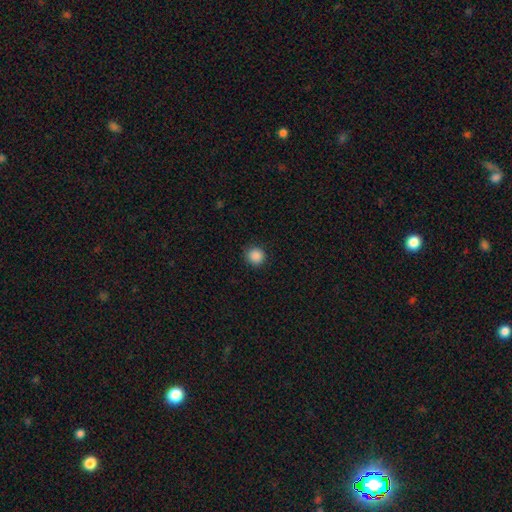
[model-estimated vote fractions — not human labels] Smooth or featured?
  - smooth: 88% *
  - star or artifact: 10%
  - featured or disk: 2%
How rounded?
  - round: 93% *
  - in between: 7%
  - cigar-shaped: 1%
Merging?
  - none: 88% *
  - minor disturbance: 8%
  - major disturbance: 2%
  - merger: 1%